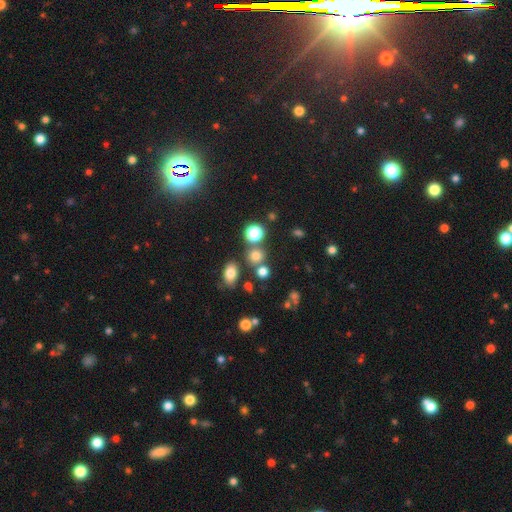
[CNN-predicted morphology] This appears to be a smooth galaxy with no disk features (73%) that is round (84%). Merging: none (71%).